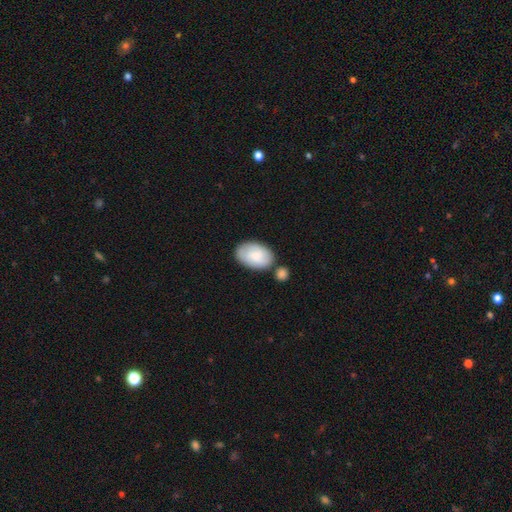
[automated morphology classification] smooth-or-featured: smooth: 76% | featured or disk: 19% | star or artifact: 5%
  how-rounded: in between: 91% | round: 8% | cigar-shaped: 1%
  merging: none: 64% | minor disturbance: 16% | merger: 16% | major disturbance: 4%